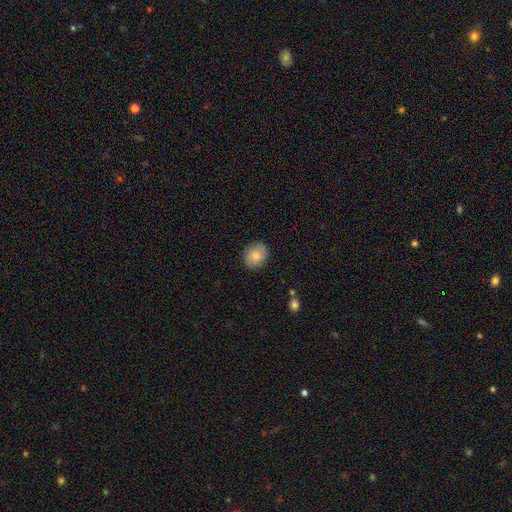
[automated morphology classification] Smooth or featured? smooth (83%)
How rounded? round (55%)
Merging? none (87%)